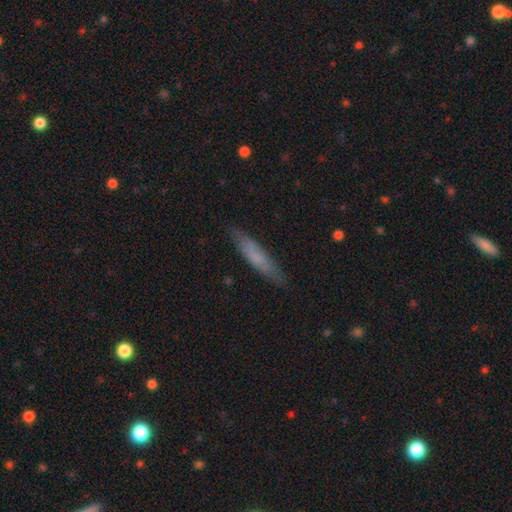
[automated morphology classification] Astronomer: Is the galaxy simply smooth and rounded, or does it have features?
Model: smooth — 67%.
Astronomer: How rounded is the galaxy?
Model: cigar-shaped — 85%.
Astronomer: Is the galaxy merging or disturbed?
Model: none — 83%.